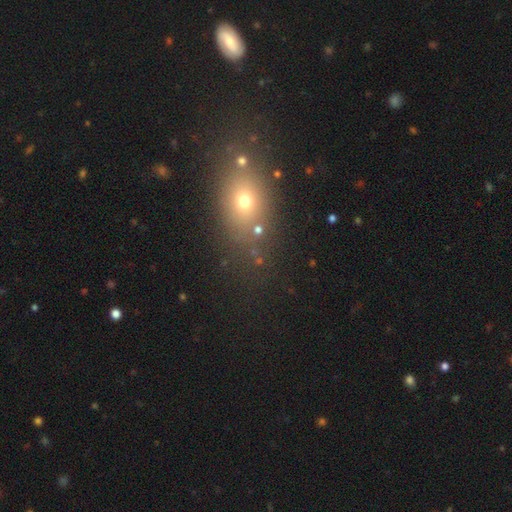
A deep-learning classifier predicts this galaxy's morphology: A smooth galaxy with no disk features (48%). Merging: none (74%).